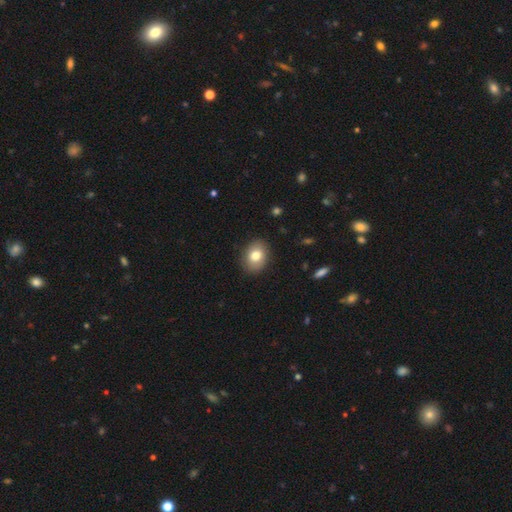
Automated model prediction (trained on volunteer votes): A smooth galaxy with no disk features (78%) that is in between round and cigar-shaped (63%). Merging: none (87%).